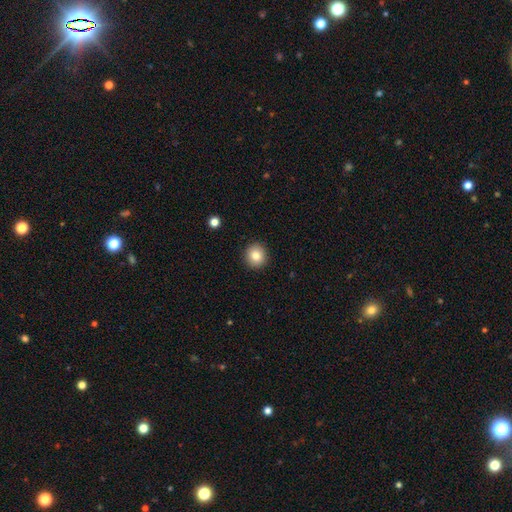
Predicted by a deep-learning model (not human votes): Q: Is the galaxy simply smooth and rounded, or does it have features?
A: smooth — 82%.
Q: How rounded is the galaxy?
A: round — 92%.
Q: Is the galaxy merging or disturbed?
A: none — 92%.